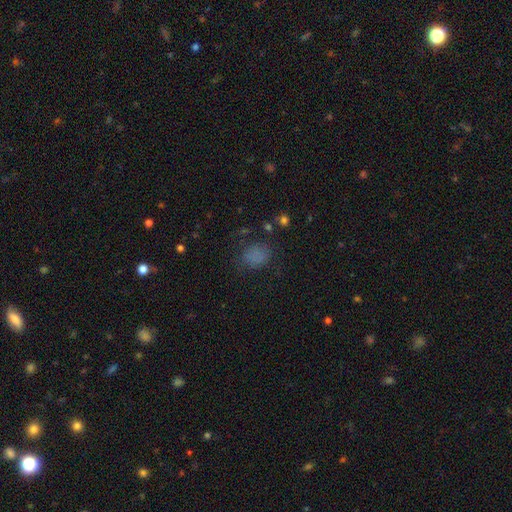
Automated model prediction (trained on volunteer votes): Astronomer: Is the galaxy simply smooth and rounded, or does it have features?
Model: smooth — 72%.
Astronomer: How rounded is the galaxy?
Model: in between — 51% (runner-up: round, 48%).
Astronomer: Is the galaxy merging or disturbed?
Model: none — 66%.